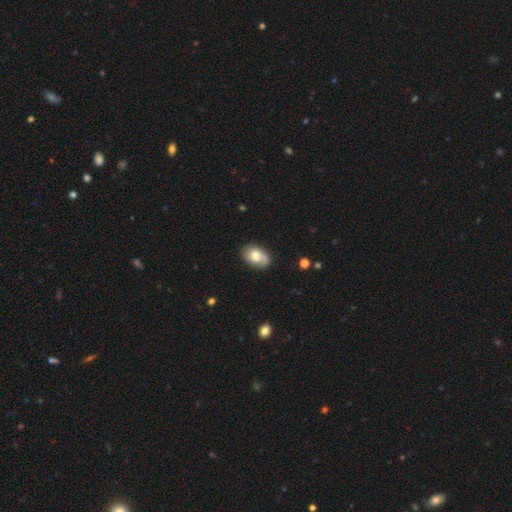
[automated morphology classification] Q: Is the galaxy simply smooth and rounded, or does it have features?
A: smooth — 59%.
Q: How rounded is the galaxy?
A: in between — 86%.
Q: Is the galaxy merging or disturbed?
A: none — 71%.